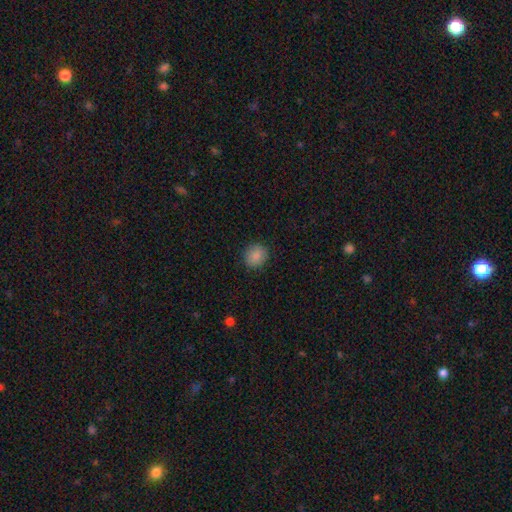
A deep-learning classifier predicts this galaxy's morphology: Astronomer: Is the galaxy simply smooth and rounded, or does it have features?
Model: smooth — 87%.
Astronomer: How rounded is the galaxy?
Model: round — 82%.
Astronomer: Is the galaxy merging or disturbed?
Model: none — 89%.